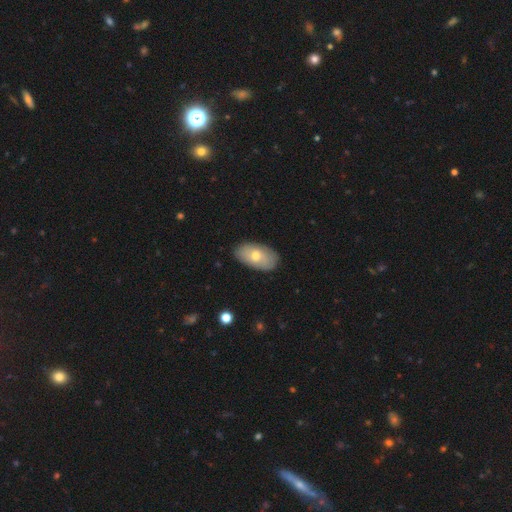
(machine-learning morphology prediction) type=smooth (64%); roundness=in between (94%); merging=none (84%).